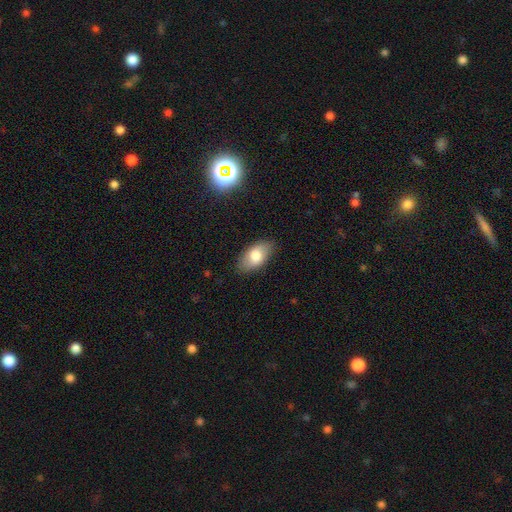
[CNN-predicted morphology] type=smooth (77%); roundness=in between (93%); merging=none (85%).